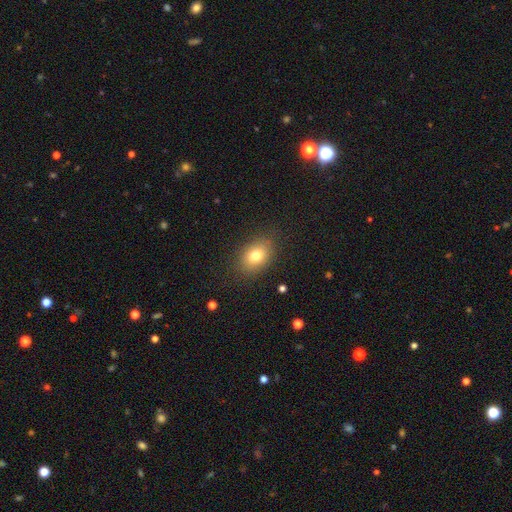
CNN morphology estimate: smooth-or-featured: smooth: 78% | featured or disk: 11% | star or artifact: 11%
  how-rounded: in between: 70% | round: 29% | cigar-shaped: 1%
  merging: none: 85% | minor disturbance: 11% | major disturbance: 4% | merger: 1%